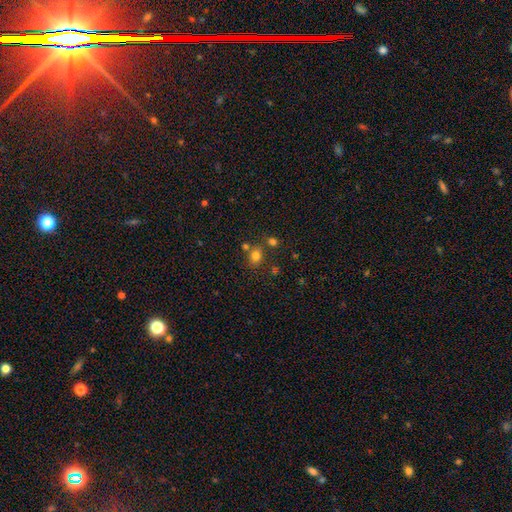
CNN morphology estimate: This appears to be a smooth galaxy with no disk features (77%) that is round (56%). Merging: none (68%).